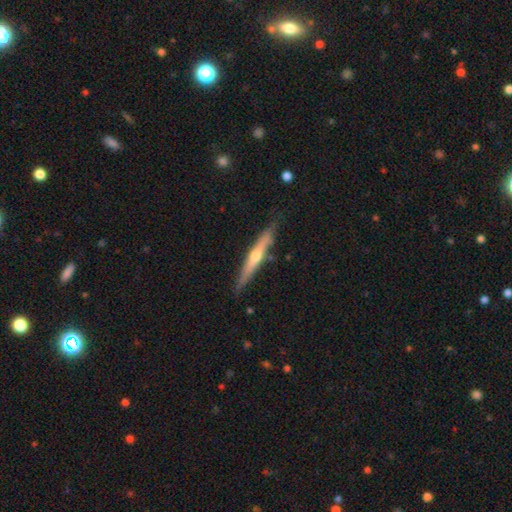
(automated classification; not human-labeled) Smooth or featured? featured or disk (65%)
Edge-on disk? yes (95%)
Edge-on bulge? rounded (83%)
Merging? none (84%)